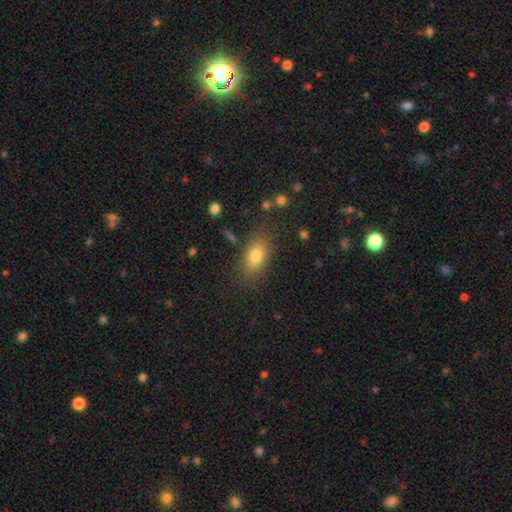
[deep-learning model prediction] Smooth or featured? Predicted: smooth (p=0.78). How rounded? Predicted: in between (p=0.84). Merging? Predicted: none (p=0.80).